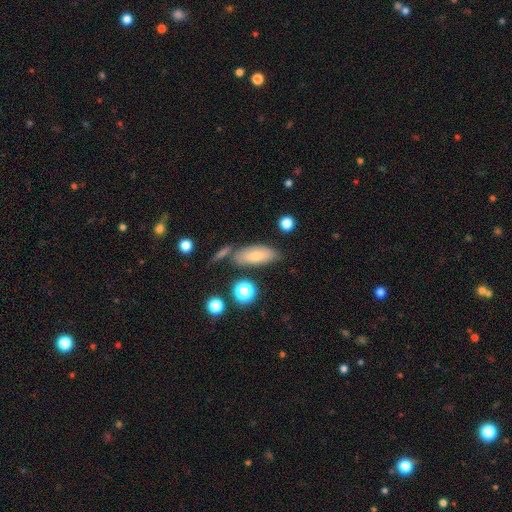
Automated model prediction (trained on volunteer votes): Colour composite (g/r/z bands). It shows a smooth galaxy with no disk features (71%) that is in between round and cigar-shaped (79%). Merging: none (65%).